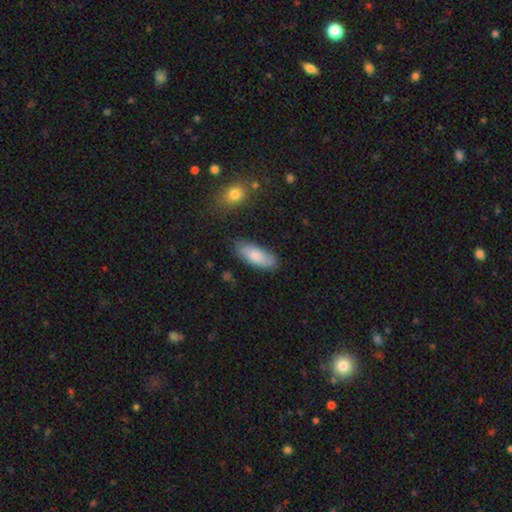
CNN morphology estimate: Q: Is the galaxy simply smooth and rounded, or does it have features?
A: smooth — 76%.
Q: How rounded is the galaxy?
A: in between — 78%.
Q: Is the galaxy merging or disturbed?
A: none — 80%.